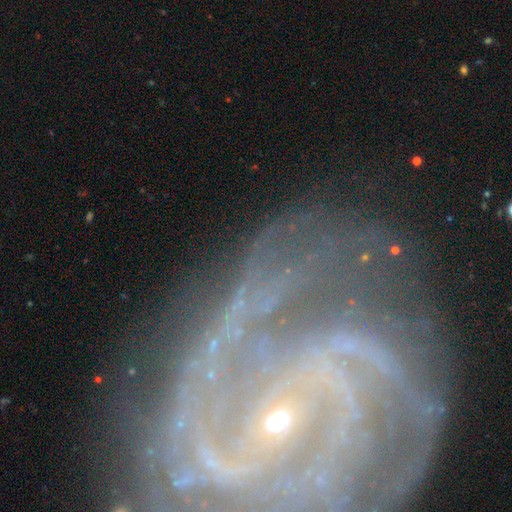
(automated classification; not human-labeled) The model was most divided on "spiral arm count": 2: 26%, 3: 19%, can't tell: 17%, 4: 16%, more than 4: 12%, 1: 10%. Remaining: spiral arms — yes (98%); edge-on disk — no (97%); smooth or featured — featured or disk (88%); bulge size — small (84%); merging — none (71%); spiral winding — tight (58%); bar — no (42%).